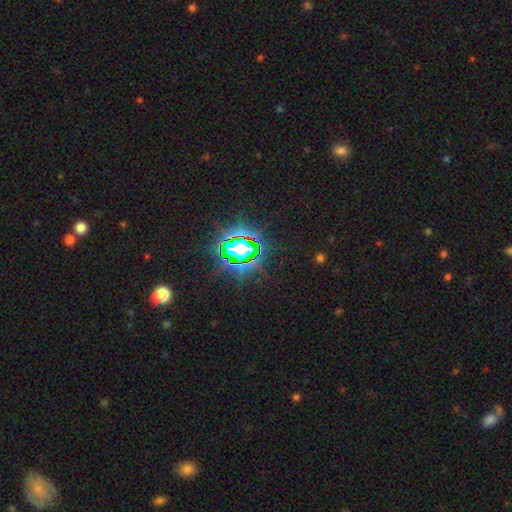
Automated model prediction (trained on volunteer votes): A star or artifact, not a galaxy (83%).